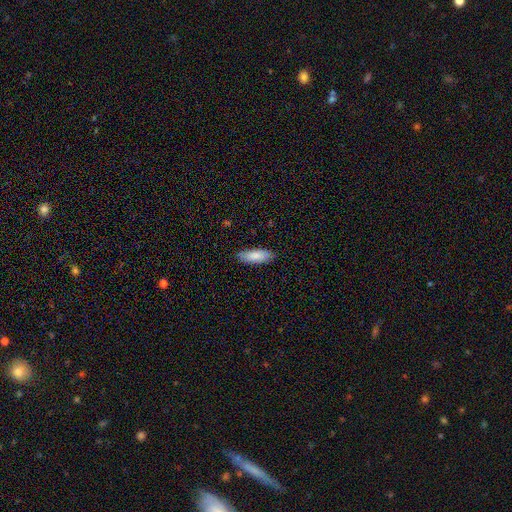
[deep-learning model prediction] A smooth galaxy with no disk features (86%) that is in between round and cigar-shaped (66%). Merging: none (86%).